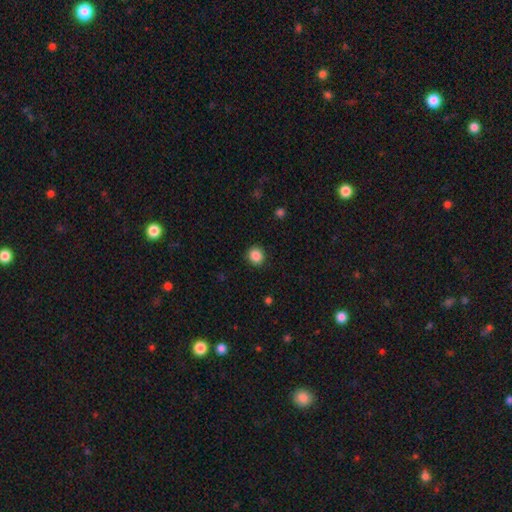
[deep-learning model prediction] smooth 87%, star or artifact 10%, featured or disk 3%. Down the decision tree: how rounded — round (89%); merging — none (90%).